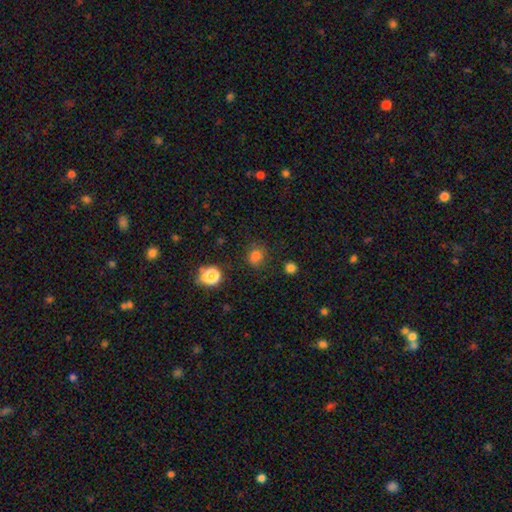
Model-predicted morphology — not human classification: Overall: smooth (75%). How rounded: round (73%). Merging: none (76%).